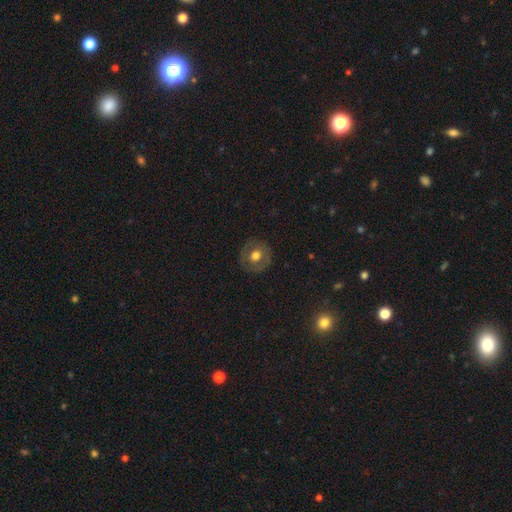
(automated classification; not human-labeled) smooth_or_featured: smooth (p=0.58) [alt: featured or disk p=0.33]
how_rounded: round (p=0.88) [alt: in between p=0.11]
merging: none (p=0.86) [alt: minor disturbance p=0.10]